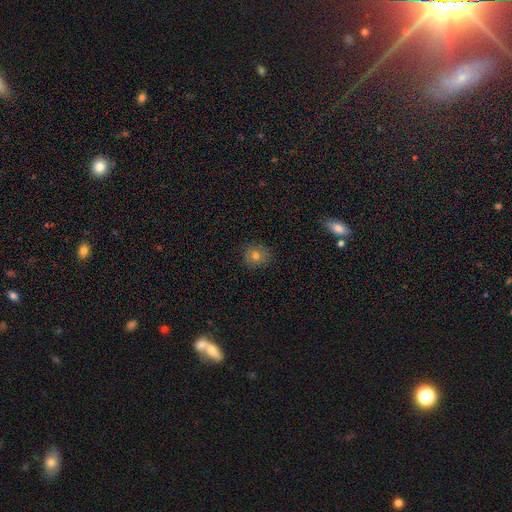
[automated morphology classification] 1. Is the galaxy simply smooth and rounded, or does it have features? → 75% smooth, 14% star or artifact, 11% featured or disk.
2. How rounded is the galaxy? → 89% round, 10% in between, 1% cigar-shaped.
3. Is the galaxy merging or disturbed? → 86% none, 10% minor disturbance, 2% major disturbance, 1% merger.